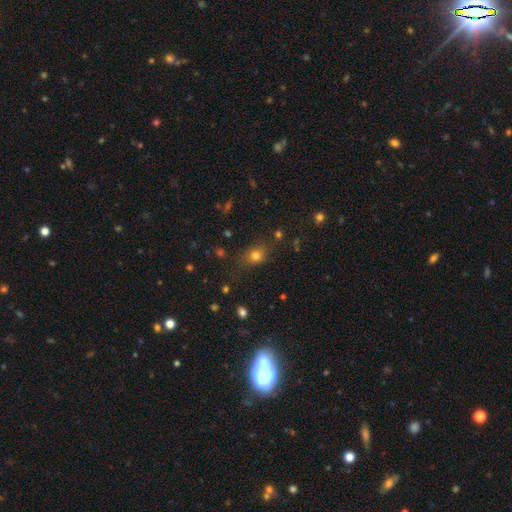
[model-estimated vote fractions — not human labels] Smooth or featured? Predicted: smooth (p=0.75). How rounded? Predicted: round (p=0.58). Merging? Predicted: none (p=0.76).